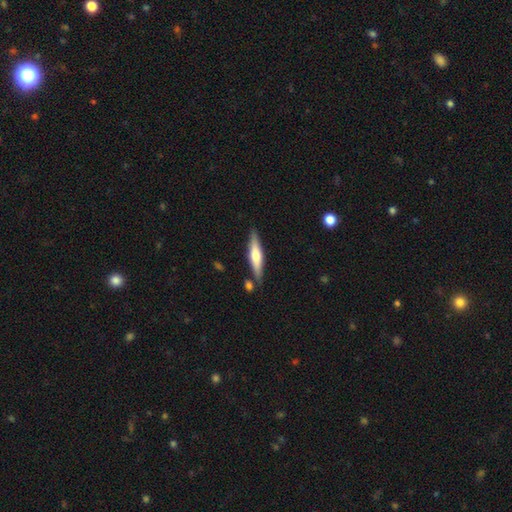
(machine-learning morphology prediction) smooth-or-featured: featured or disk: 49% | smooth: 46% | star or artifact: 5%
  merging: none: 82% | minor disturbance: 11% | merger: 5% | major disturbance: 2%